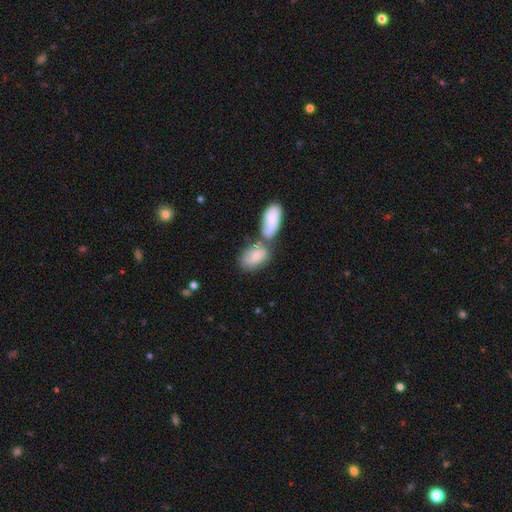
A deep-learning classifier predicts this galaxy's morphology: This is likely a smooth galaxy (70%). How rounded: clearly in between (86%). Merging: marginally merger (45%).